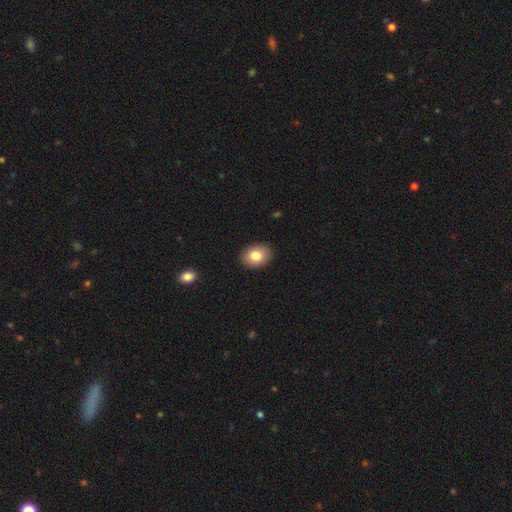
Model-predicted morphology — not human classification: A smooth galaxy with no disk features (83%) that is in between round and cigar-shaped (67%). Merging: none (90%).